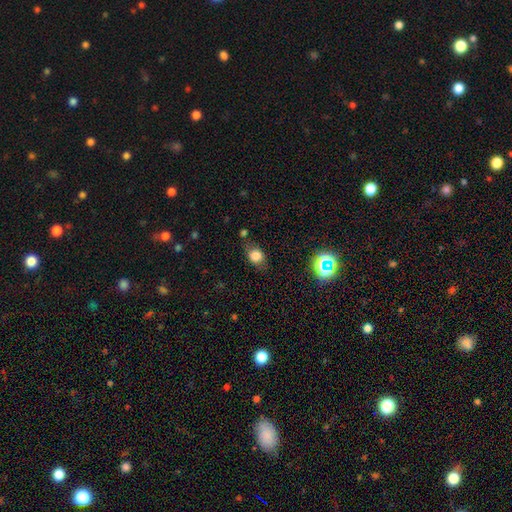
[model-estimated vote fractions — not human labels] This appears to be a smooth galaxy with no disk features (78%) that is in between round and cigar-shaped (52%). Merging: none (72%).